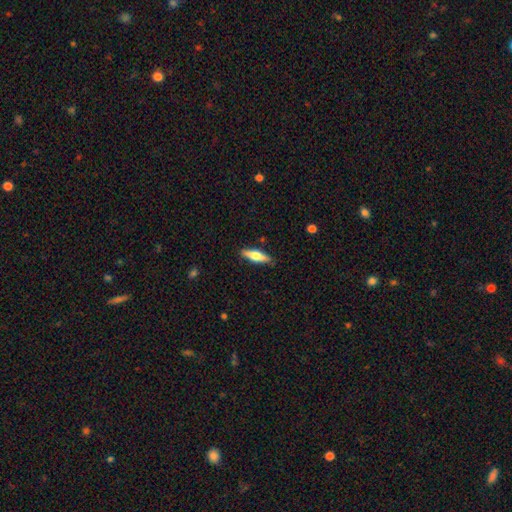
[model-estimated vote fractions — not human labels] This appears to be a smooth galaxy with no disk features (54%) that is cigar-shaped (61%). Merging: none (88%).